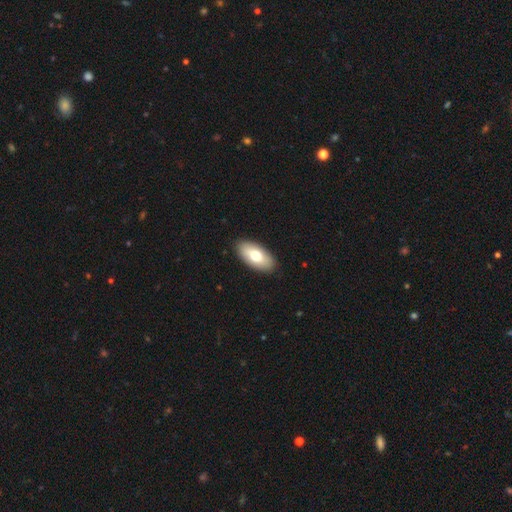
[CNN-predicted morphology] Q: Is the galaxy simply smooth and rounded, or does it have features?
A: smooth — 72%.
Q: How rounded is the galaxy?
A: in between — 93%.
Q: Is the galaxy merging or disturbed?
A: none — 90%.